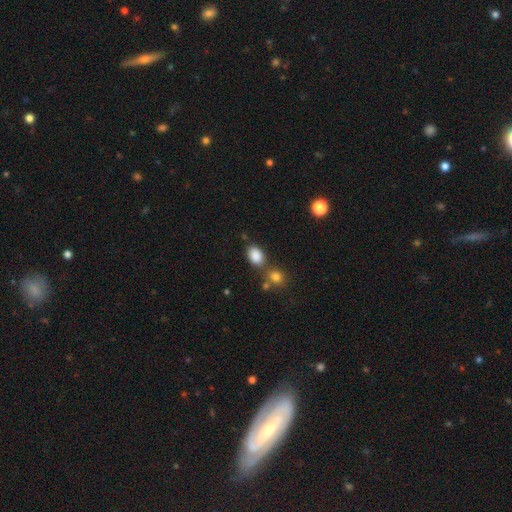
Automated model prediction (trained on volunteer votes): Morphology: type=smooth (86%); roundness=in between (81%); merging=none (66%).